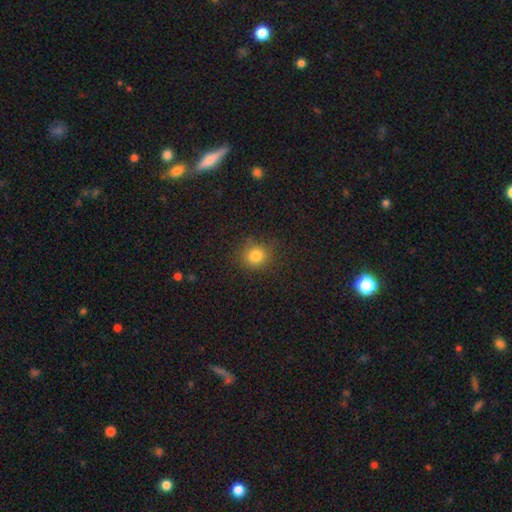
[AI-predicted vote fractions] smooth 81%, star or artifact 14%, featured or disk 6%. Down the decision tree: how rounded — round (86%); merging — none (85%).